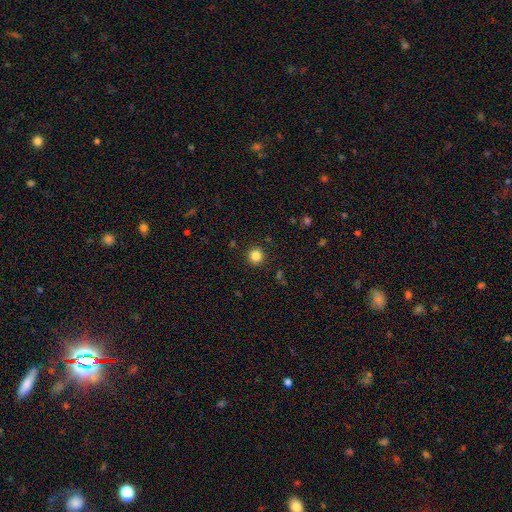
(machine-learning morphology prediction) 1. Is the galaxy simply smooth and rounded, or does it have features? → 84% smooth, 12% star or artifact, 4% featured or disk.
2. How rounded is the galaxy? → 94% round, 5% in between, 1% cigar-shaped.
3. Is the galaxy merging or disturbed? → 91% none, 5% minor disturbance, 2% major disturbance, 1% merger.